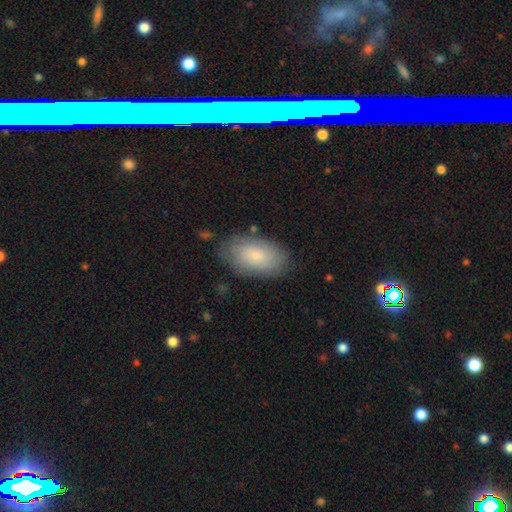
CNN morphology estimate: Overall: smooth (79%). How rounded: in between (94%). Merging: none (77%).